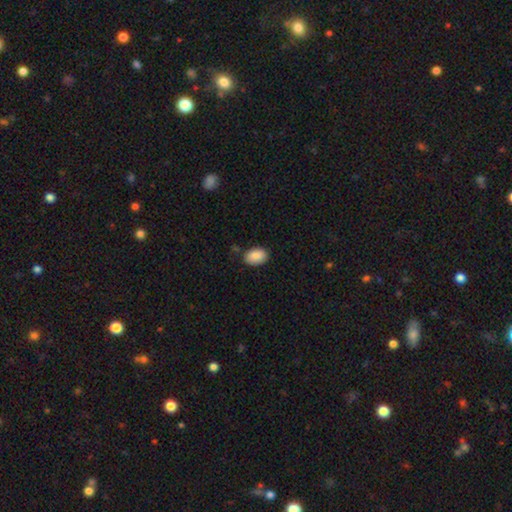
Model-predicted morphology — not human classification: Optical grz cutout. It shows a smooth galaxy with no disk features (89%) that is in between round and cigar-shaped (86%). Merging: none (83%).